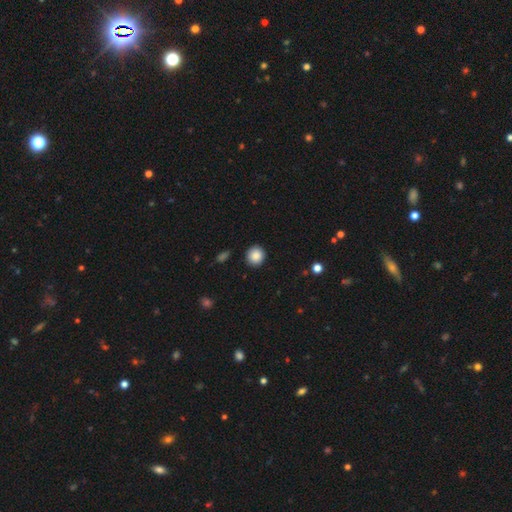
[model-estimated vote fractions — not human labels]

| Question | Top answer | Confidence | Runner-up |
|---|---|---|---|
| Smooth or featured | smooth | 87% | star or artifact (9%) |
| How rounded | round | 91% | in between (8%) |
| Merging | none | 91% | minor disturbance (6%) |